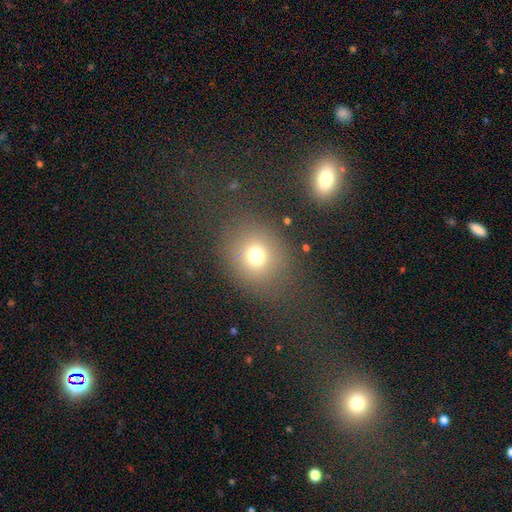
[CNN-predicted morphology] Overall: smooth (72%). How rounded: round (71%). Merging: none (76%).